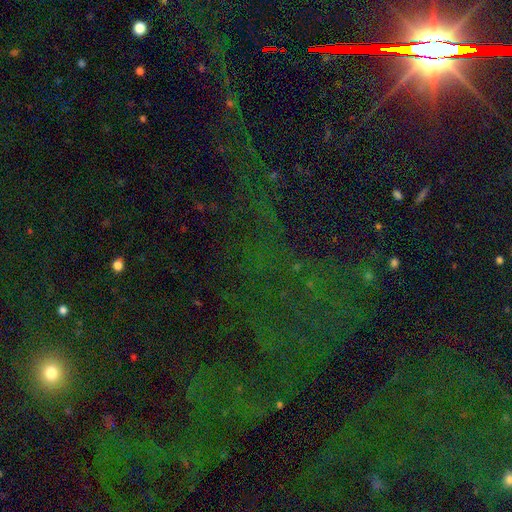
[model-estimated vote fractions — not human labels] Smooth or featured? star or artifact (73%)